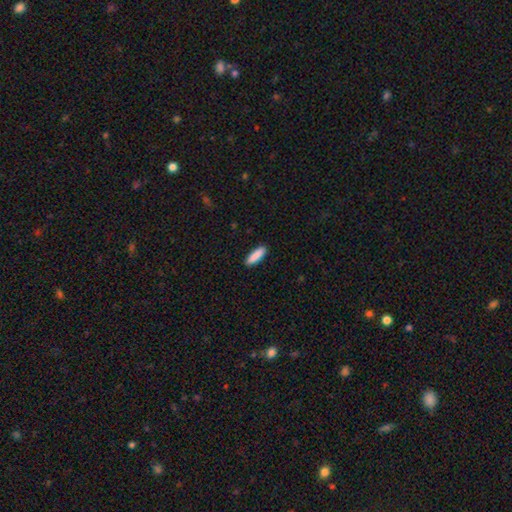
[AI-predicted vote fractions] Morphology: type=smooth (88%); roundness=cigar-shaped (61%); merging=none (90%).